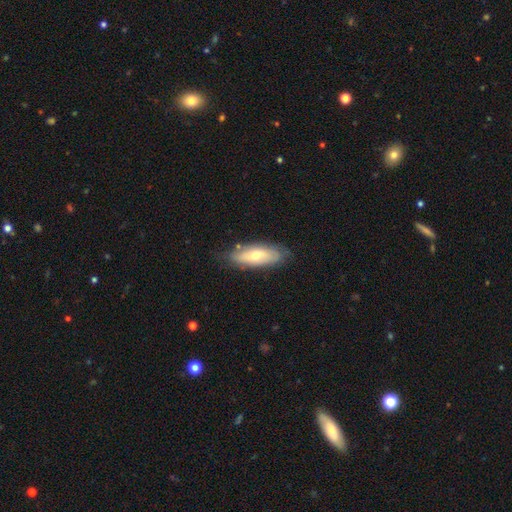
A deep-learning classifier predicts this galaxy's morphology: smooth-or-featured: smooth: 53% | featured or disk: 40% | star or artifact: 6%
  how-rounded: in between: 75% | cigar-shaped: 23% | round: 2%
  merging: none: 76% | minor disturbance: 18% | major disturbance: 4% | merger: 2%